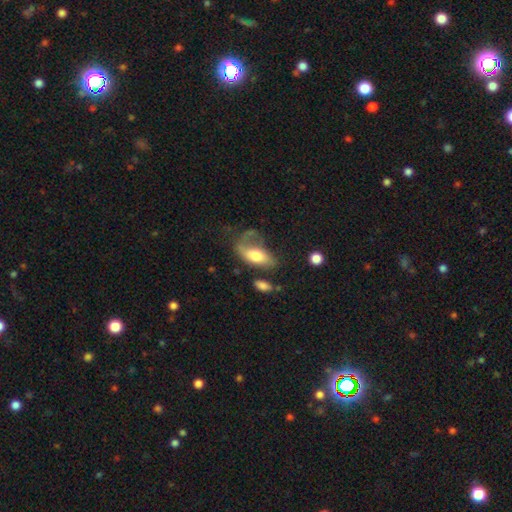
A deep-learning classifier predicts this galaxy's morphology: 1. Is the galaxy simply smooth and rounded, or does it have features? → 63% smooth, 30% featured or disk, 7% star or artifact.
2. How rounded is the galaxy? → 88% in between, 7% cigar-shaped, 5% round.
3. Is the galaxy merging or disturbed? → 45% major disturbance, 23% none, 23% minor disturbance, 9% merger.